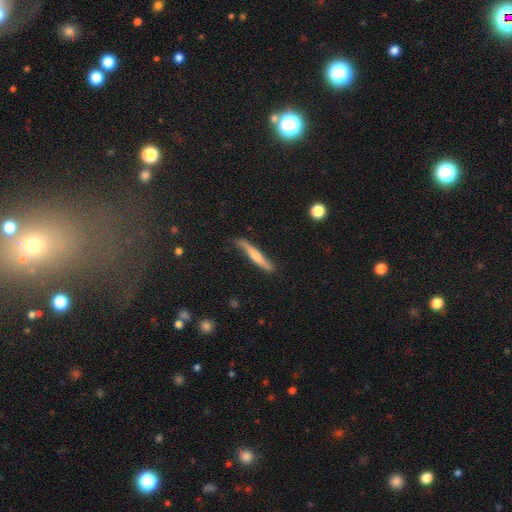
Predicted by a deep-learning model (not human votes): Smooth or featured? smooth (58%)
How rounded? cigar-shaped (94%)
Merging? none (77%)